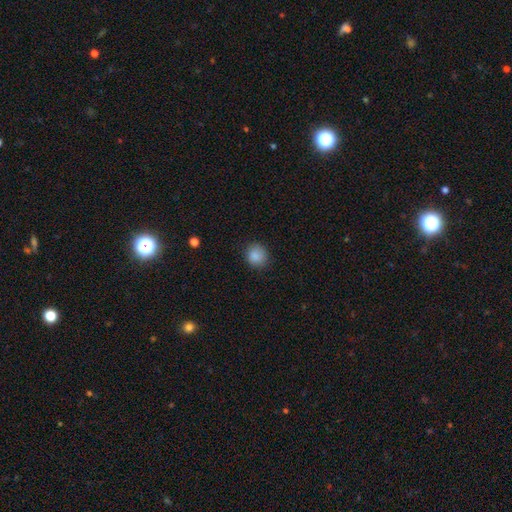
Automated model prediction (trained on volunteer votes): smooth_or_featured: smooth (p=0.87) [alt: star or artifact p=0.09]
how_rounded: round (p=0.85) [alt: in between p=0.14]
merging: none (p=0.87) [alt: minor disturbance p=0.10]